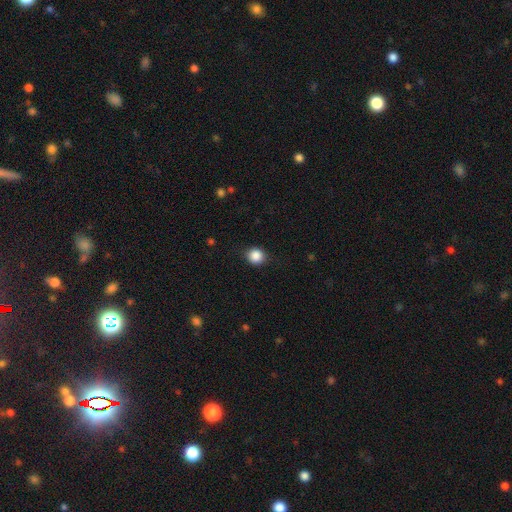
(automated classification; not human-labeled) Q: Smooth or featured?
A: smooth (87%); runner-up: star or artifact (9%)
Q: How rounded?
A: round (87%); runner-up: in between (12%)
Q: Merging?
A: none (86%); runner-up: minor disturbance (10%)